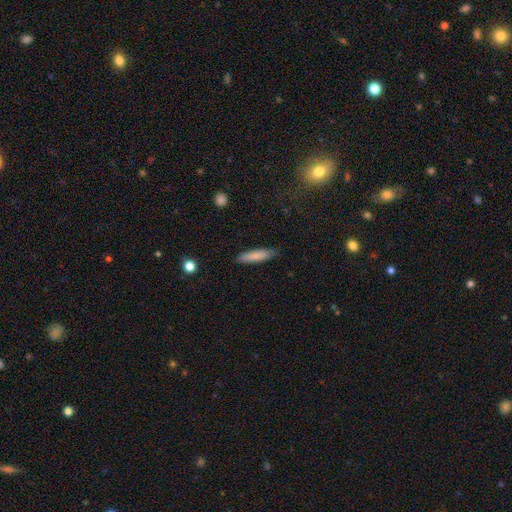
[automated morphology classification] This is likely a smooth galaxy (80%). How rounded: likely cigar-shaped (79%). Merging: clearly none (86%).